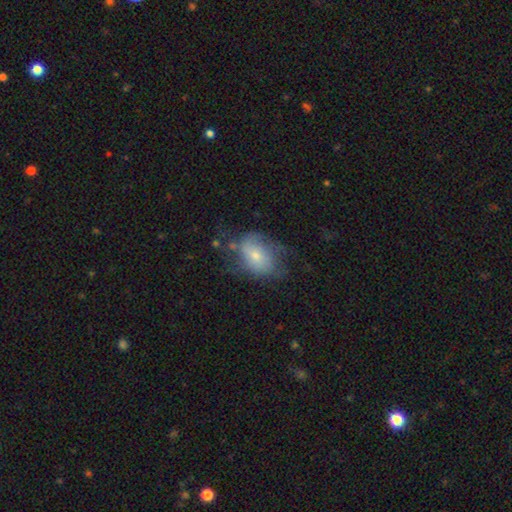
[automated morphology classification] Smooth or featured: smooth — 49% (featured or disk — 43%)
Merging: none — 42% (minor disturbance — 29%)